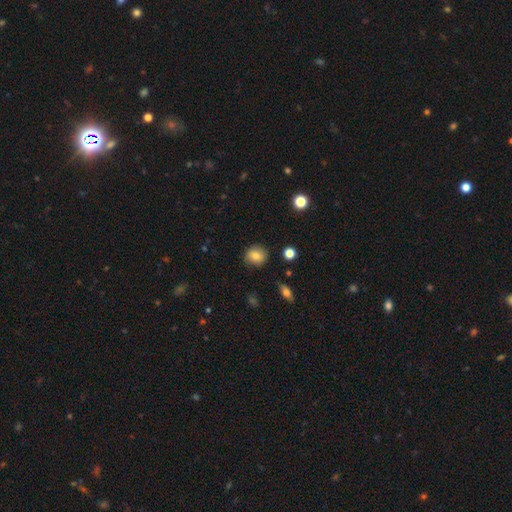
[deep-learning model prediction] Smooth or featured: smooth — 80% (featured or disk — 10%)
How rounded: round — 81% (in between — 18%)
Merging: none — 87% (minor disturbance — 9%)